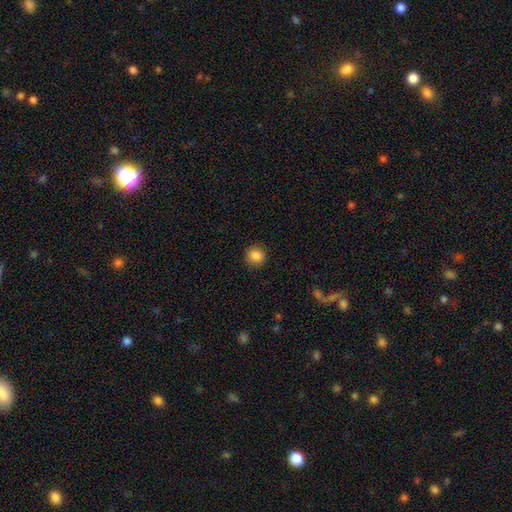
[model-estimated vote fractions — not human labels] This is clearly a smooth galaxy (86%). How rounded: clearly round (92%). Merging: clearly none (90%).